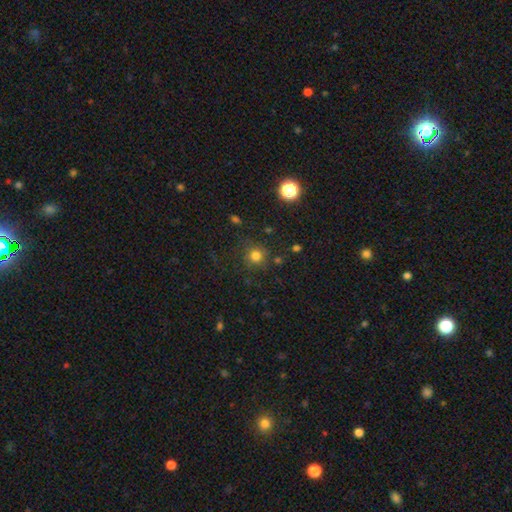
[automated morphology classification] Q: Smooth or featured?
A: smooth (76%); runner-up: star or artifact (17%)
Q: How rounded?
A: round (90%); runner-up: in between (9%)
Q: Merging?
A: none (79%); runner-up: minor disturbance (12%)